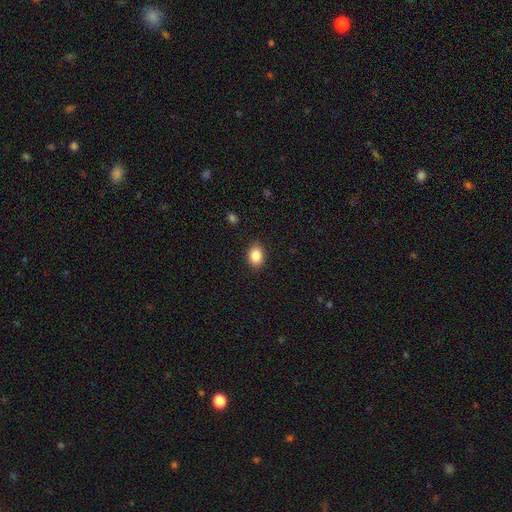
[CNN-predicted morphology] The model was most divided on "how rounded": in between: 73%, round: 26%, cigar-shaped: 1%. More confident: merging — none (87%); smooth or featured — smooth (86%).